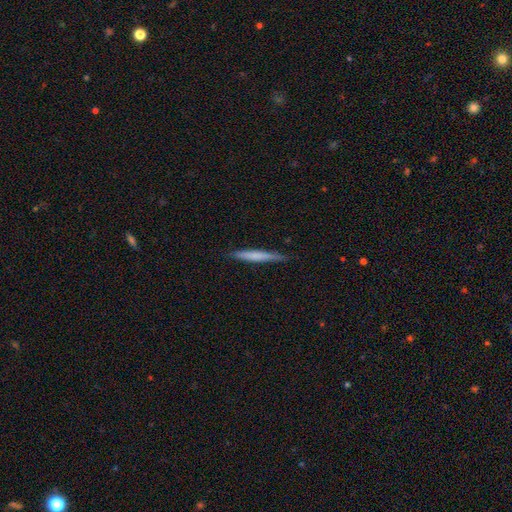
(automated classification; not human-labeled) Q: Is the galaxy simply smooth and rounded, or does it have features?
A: smooth — 60%.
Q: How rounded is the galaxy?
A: cigar-shaped — 96%.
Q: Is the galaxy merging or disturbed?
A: none — 86%.